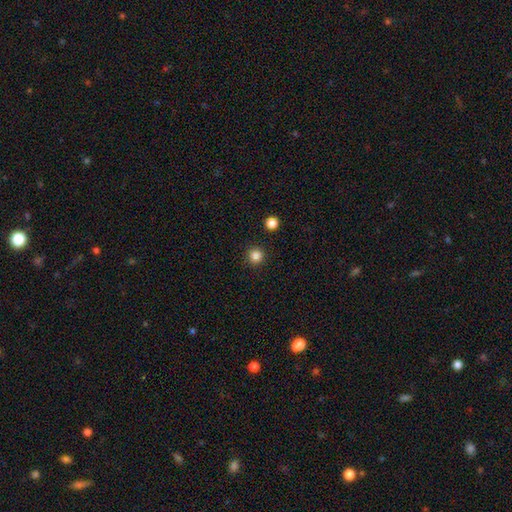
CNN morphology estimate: smooth-or-featured: smooth: 84% | star or artifact: 12% | featured or disk: 3%
  how-rounded: round: 95% | in between: 4% | cigar-shaped: 1%
  merging: none: 91% | minor disturbance: 5% | merger: 2% | major disturbance: 2%